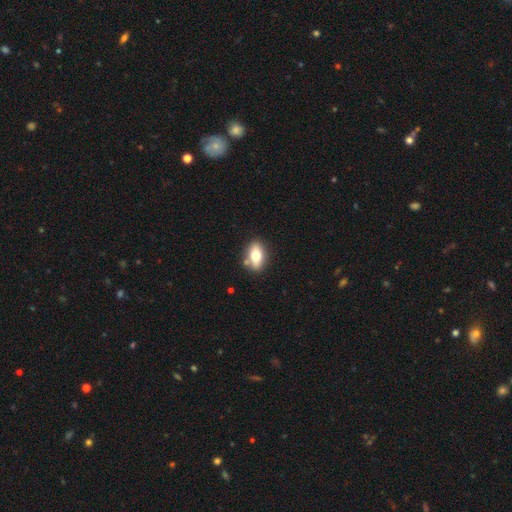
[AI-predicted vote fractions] smooth_or_featured: smooth (p=0.62) [alt: featured or disk p=0.30]
how_rounded: in between (p=0.80) [alt: round p=0.12]
merging: none (p=0.79) [alt: minor disturbance p=0.11]